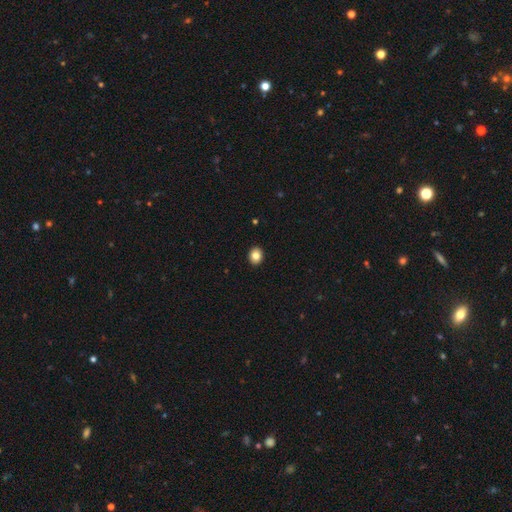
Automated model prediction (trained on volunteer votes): Smooth or featured? smooth (84%)
How rounded? round (58%)
Merging? none (92%)